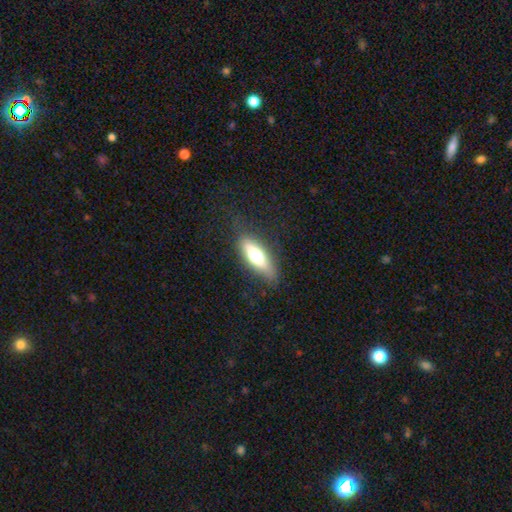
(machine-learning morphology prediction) A smooth galaxy with no disk features (59%) that is in between round and cigar-shaped (54%). Merging: none (80%).